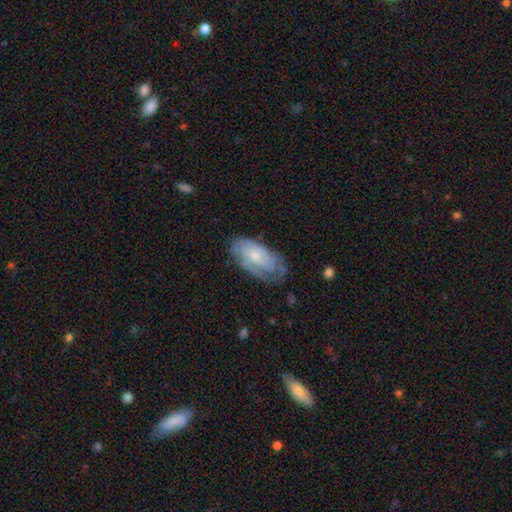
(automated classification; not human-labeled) The model was most divided on "smooth or featured": featured or disk: 56%, smooth: 37%, star or artifact: 6%. More confident: edge-on disk — no (93%); spiral arms — yes (80%); bar — no (76%); merging — none (60%); bulge size — small (58%).